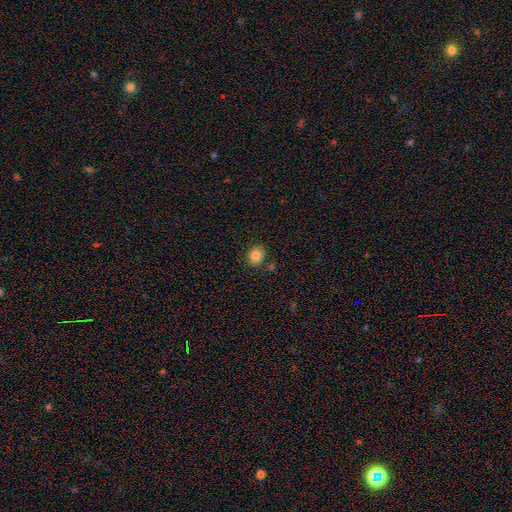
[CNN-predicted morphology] type=smooth (84%); roundness=round (57%); merging=none (81%).